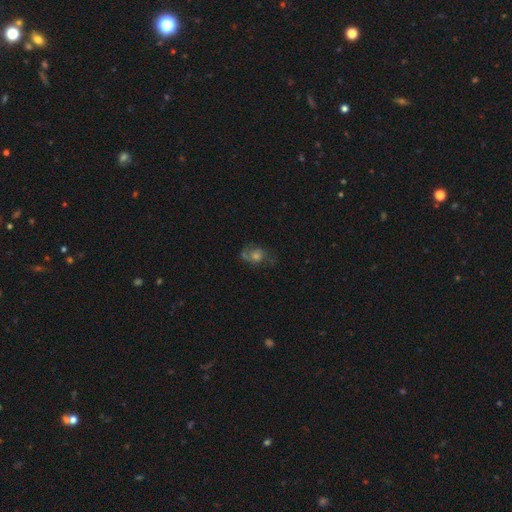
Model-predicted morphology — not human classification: The model was most divided on "smooth or featured": featured or disk: 51%, smooth: 30%, star or artifact: 20%. More confident: edge-on disk — no (95%); merging — none (62%).